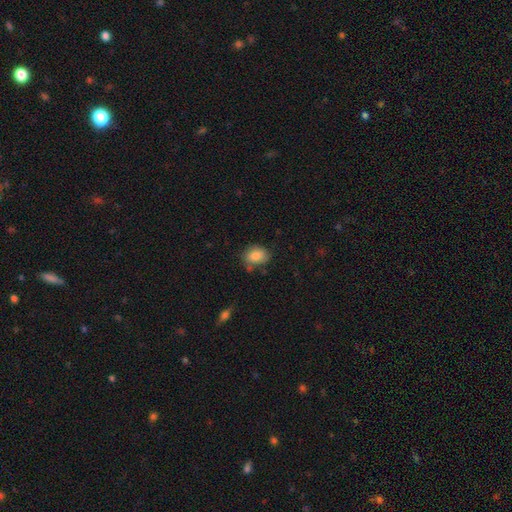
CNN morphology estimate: smooth 84%, star or artifact 8%, featured or disk 8%. Down the decision tree: how rounded — in between (63%); merging — none (73%).